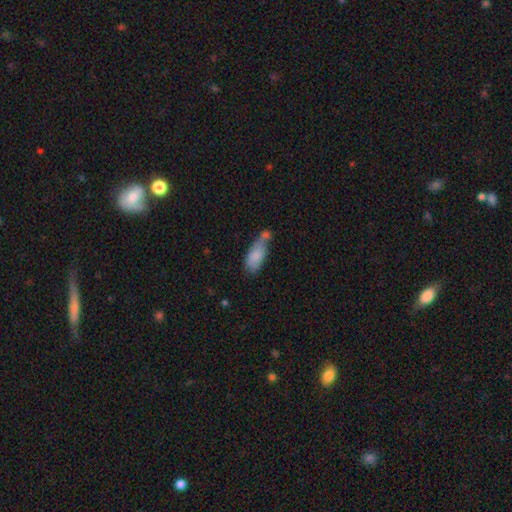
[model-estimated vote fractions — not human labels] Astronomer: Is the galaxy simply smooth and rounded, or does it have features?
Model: smooth — 79%.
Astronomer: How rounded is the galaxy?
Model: in between — 81%.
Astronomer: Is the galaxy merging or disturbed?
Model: merger — 37% (runner-up: none, 29%).